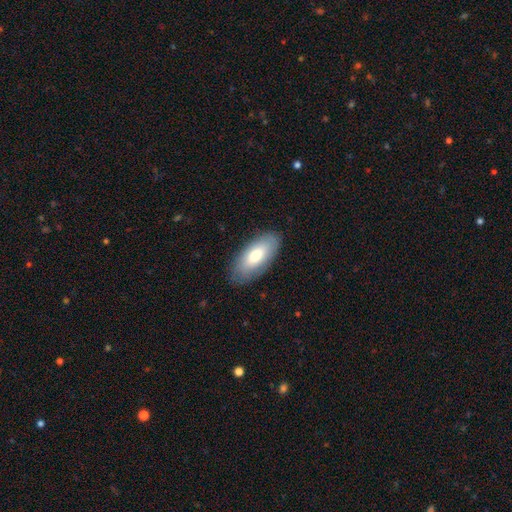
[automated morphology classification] Overall: smooth (73%). How rounded: in between (89%). Merging: none (86%).